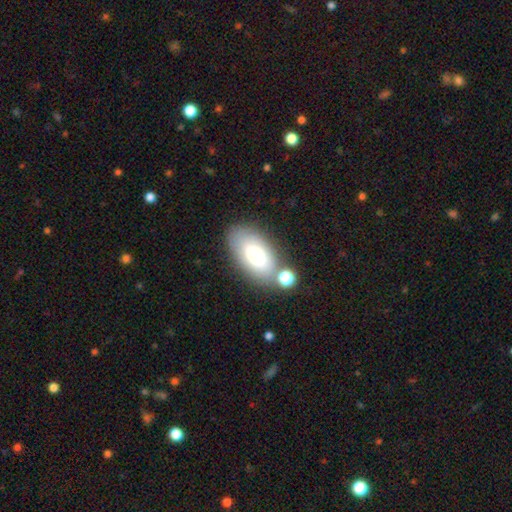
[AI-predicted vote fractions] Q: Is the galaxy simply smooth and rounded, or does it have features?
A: smooth — 71%.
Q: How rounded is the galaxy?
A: in between — 92%.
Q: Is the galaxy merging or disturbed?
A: none — 66%.